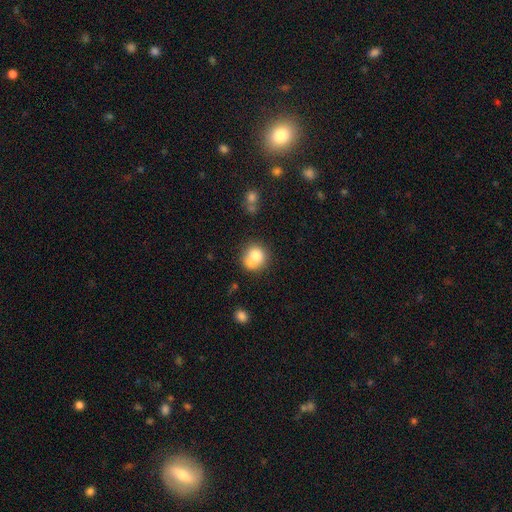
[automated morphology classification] A smooth galaxy with no disk features (74%) that is round (82%). Merging: none (44%).